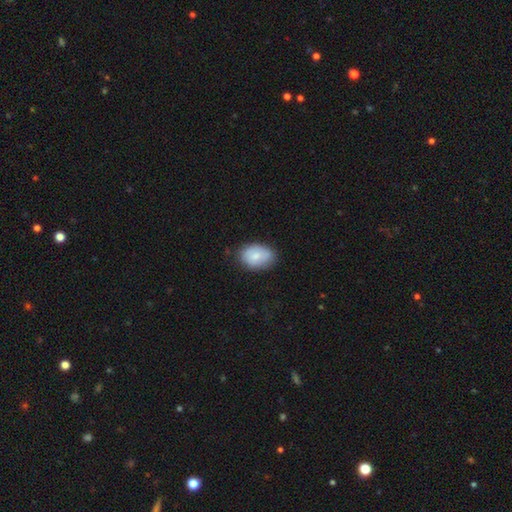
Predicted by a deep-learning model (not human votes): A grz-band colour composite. It shows a smooth galaxy with no disk features (75%) that is in between round and cigar-shaped (79%). Merging: none (73%).